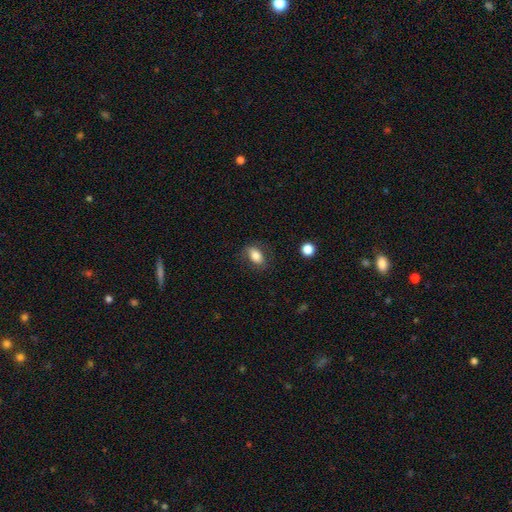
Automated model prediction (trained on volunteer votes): Smooth or featured: smooth — 80% (featured or disk — 11%)
How rounded: in between — 87% (round — 10%)
Merging: none — 77% (minor disturbance — 16%)